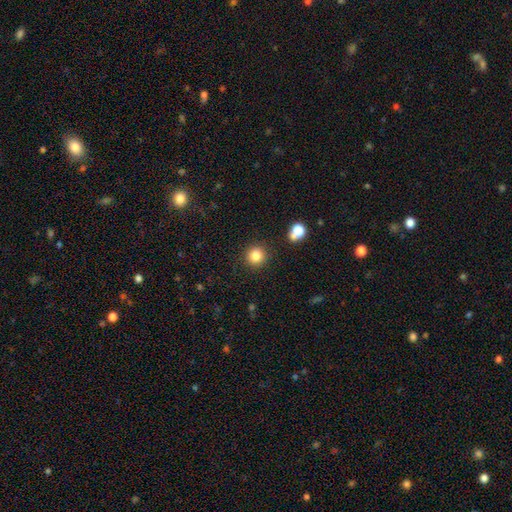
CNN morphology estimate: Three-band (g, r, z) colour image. It shows a smooth galaxy with no disk features (84%) that is round (92%). Merging: none (89%).